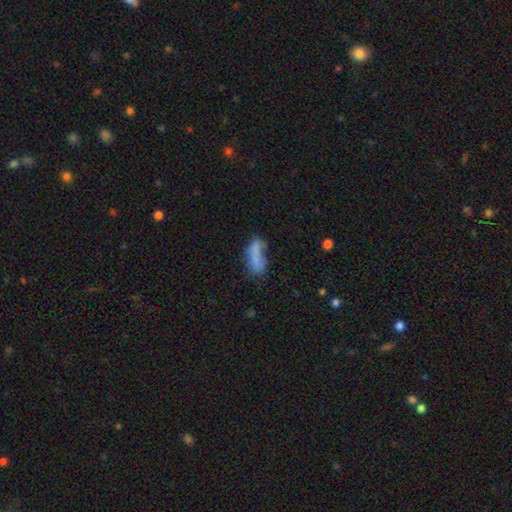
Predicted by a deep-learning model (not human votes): smooth 66%, featured or disk 23%, star or artifact 11%. Down the decision tree: how rounded — in between (71%); merging — none (35%).